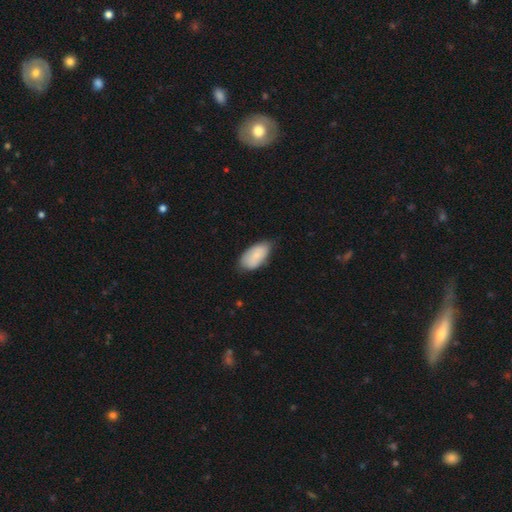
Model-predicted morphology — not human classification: smooth 81%, featured or disk 13%, star or artifact 6%. Down the decision tree: how rounded — in between (95%); merging — none (59%).